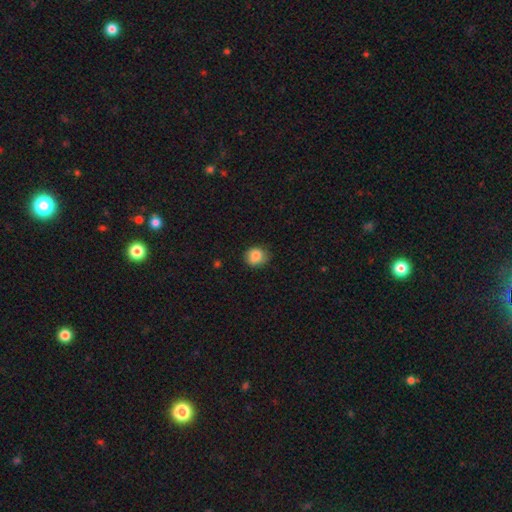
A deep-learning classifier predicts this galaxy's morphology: Smooth or featured? Predicted: smooth (p=0.84). How rounded? Predicted: round (p=0.72). Merging? Predicted: none (p=0.74).